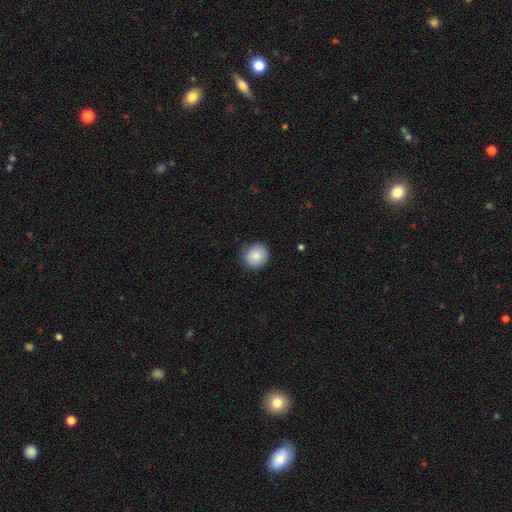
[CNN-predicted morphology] This appears to be a smooth galaxy with no disk features (85%) that is round (77%). Merging: none (80%).